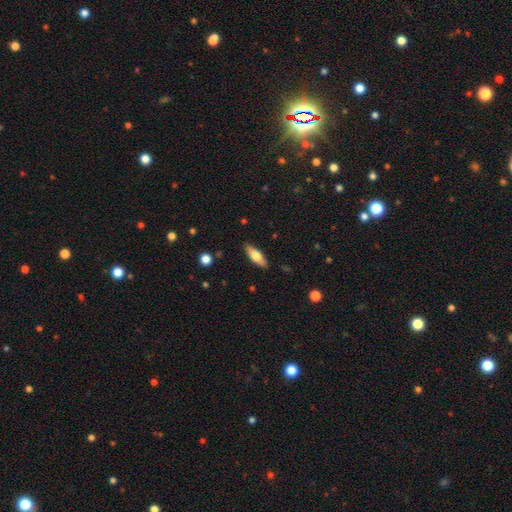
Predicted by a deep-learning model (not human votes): A smooth galaxy with no disk features (62%) that is in between round and cigar-shaped (61%).

Vote fractions:
- Smooth or featured? smooth: 62% / featured or disk: 32% / star or artifact: 6%
- How rounded? in between: 61% / cigar-shaped: 36% / round: 2%
- Merging? none: 87% / minor disturbance: 10% / major disturbance: 2% / merger: 1%